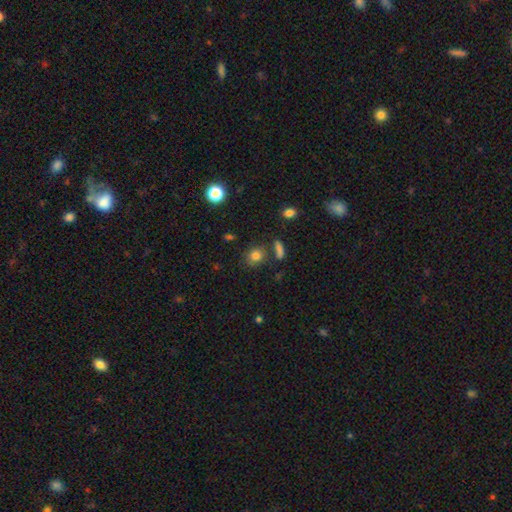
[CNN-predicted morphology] This appears to be a smooth galaxy with no disk features (79%) that is round (65%). Merging: none (75%).